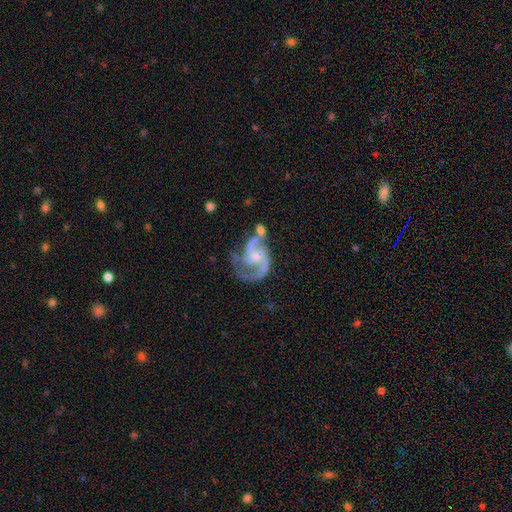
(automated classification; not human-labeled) A featured or disk galaxy (90%) with no bar (52%), 2 (86%) medium (58%) spiral arms (97%) and a small central bulge (57%).

Vote fractions:
- Smooth or featured? featured or disk: 90% / star or artifact: 5% / smooth: 5%
- Edge-on disk? no: 98% / yes: 2%
- Bar? no: 52% / weak: 38% / strong: 9%
- Spiral arms? yes: 97% / no: 3%
- Spiral winding? medium: 58% / loose: 28% / tight: 14%
- Spiral arm count? 2: 86% / 3: 6% / can't tell: 3% / 1: 3% / 4: 1% / more than 4: 1%
- Bulge size? small: 57% / moderate: 29% / none: 11% / large: 2% / dominant: 1%
- Merging? none: 48% / minor disturbance: 21% / major disturbance: 17% / merger: 14%